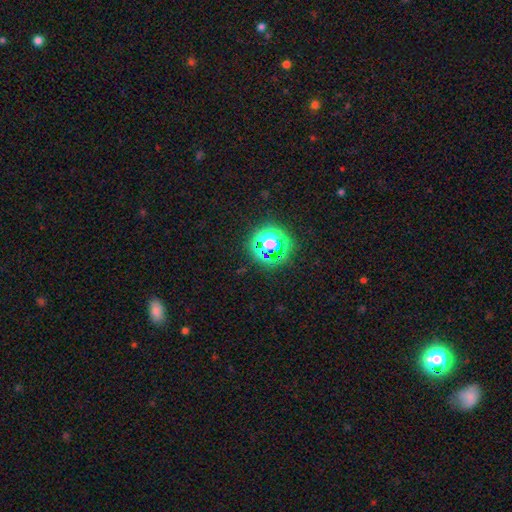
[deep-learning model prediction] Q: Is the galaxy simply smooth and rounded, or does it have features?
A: star or artifact — 68%.